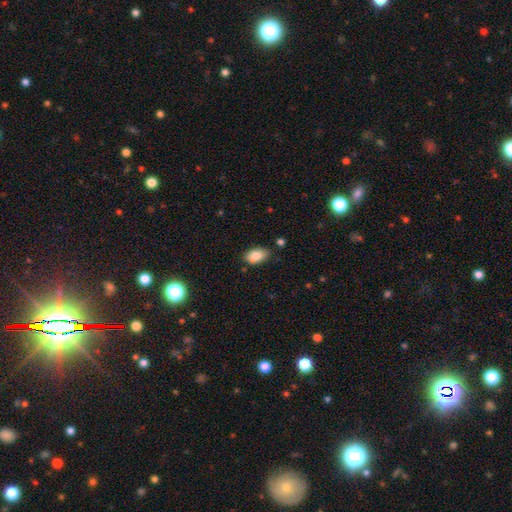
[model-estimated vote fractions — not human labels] Smooth or featured? Predicted: smooth (p=0.84). How rounded? Predicted: in between (p=0.92). Merging? Predicted: none (p=0.79).